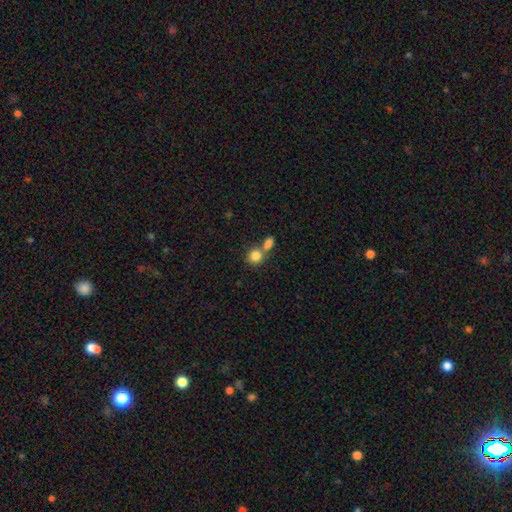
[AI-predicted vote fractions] smooth-or-featured: smooth: 83% | star or artifact: 9% | featured or disk: 8%
  how-rounded: round: 81% | in between: 18% | cigar-shaped: 1%
  merging: merger: 48% | none: 42% | minor disturbance: 7% | major disturbance: 3%